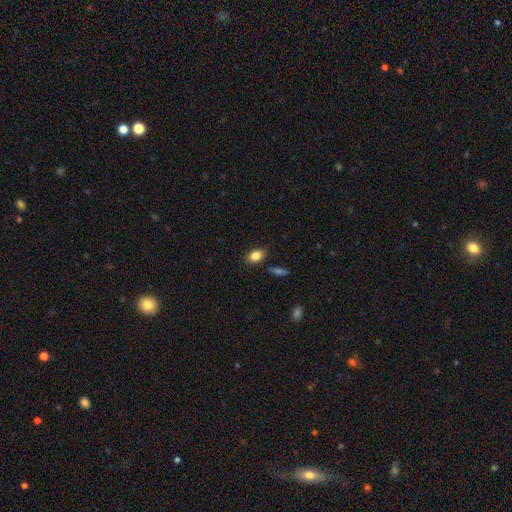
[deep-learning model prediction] Smooth or featured? Predicted: smooth (p=0.85). How rounded? Predicted: in between (p=0.82). Merging? Predicted: none (p=0.84).